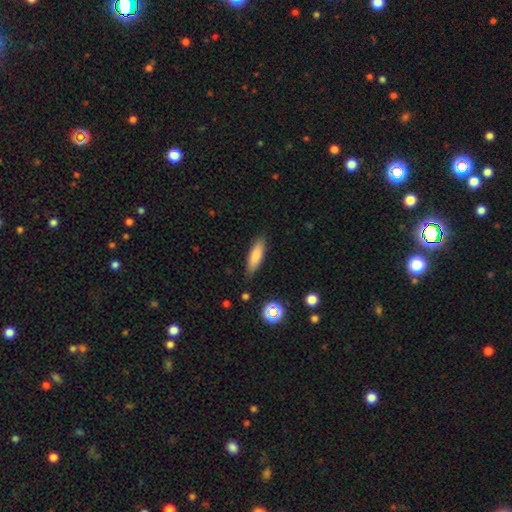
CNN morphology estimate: Smooth or featured: smooth — 79% (featured or disk — 13%)
How rounded: cigar-shaped — 53% (in between — 45%)
Merging: none — 83% (minor disturbance — 13%)